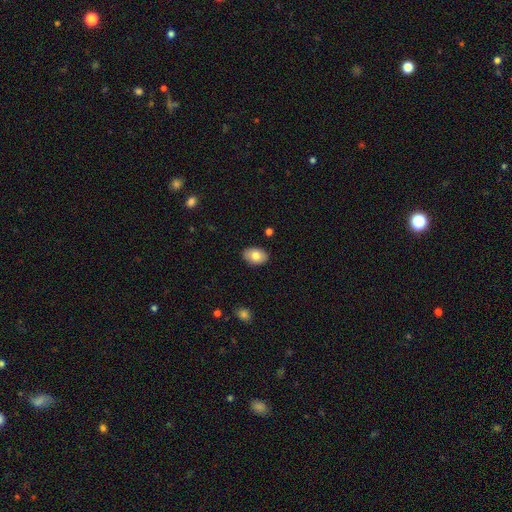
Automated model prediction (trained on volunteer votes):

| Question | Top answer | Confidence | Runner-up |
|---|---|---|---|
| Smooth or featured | smooth | 79% | featured or disk (14%) |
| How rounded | in between | 87% | round (12%) |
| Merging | none | 87% | minor disturbance (10%) |